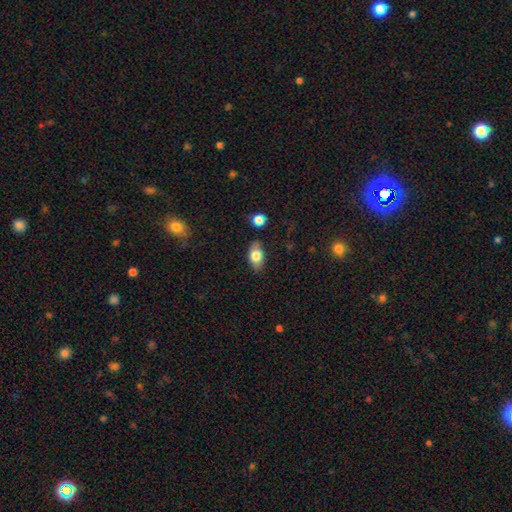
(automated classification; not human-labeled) smooth-or-featured: smooth: 78% | featured or disk: 14% | star or artifact: 8%
  how-rounded: in between: 88% | round: 8% | cigar-shaped: 3%
  merging: none: 81% | minor disturbance: 14% | major disturbance: 3% | merger: 2%